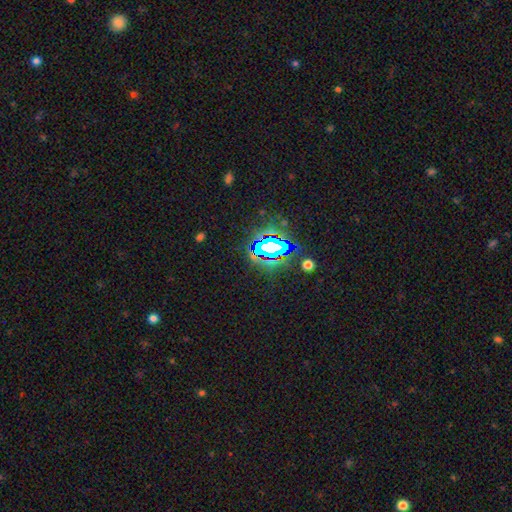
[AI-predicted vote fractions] This is likely a star or artifact rather than a galaxy (75%).